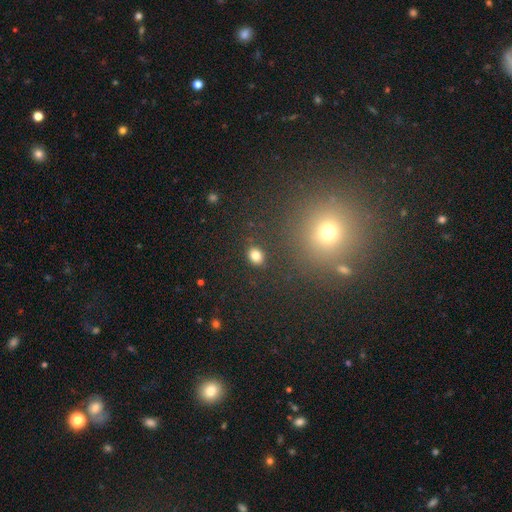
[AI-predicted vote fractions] smooth-or-featured: smooth: 82% | star or artifact: 12% | featured or disk: 6%
  how-rounded: in between: 60% | round: 39% | cigar-shaped: 1%
  merging: none: 86% | minor disturbance: 9% | major disturbance: 3% | merger: 2%